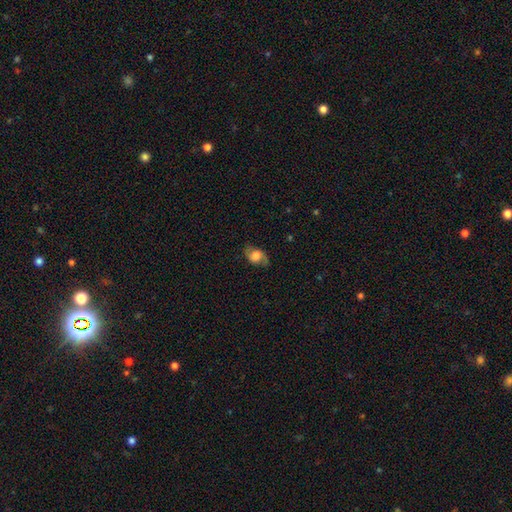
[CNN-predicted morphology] Q: Smooth or featured?
A: smooth (50%); runner-up: featured or disk (41%)
Q: Merging?
A: none (66%); runner-up: minor disturbance (22%)